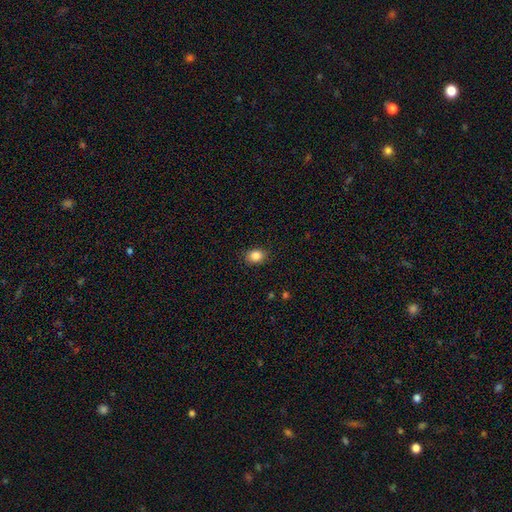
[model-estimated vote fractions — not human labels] This is clearly a smooth galaxy (86%). How rounded: possibly in between (57%). Merging: clearly none (87%).